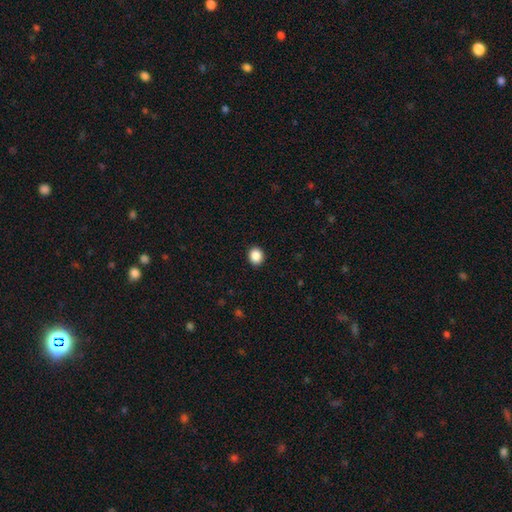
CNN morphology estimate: A smooth galaxy with no disk features (88%) that is round (74%). Merging: none (92%).